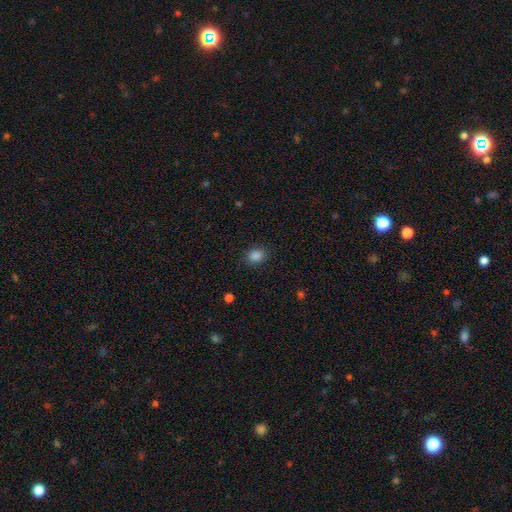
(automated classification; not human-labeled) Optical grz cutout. It shows a smooth galaxy with no disk features (86%) that is round (63%). Merging: none (87%).